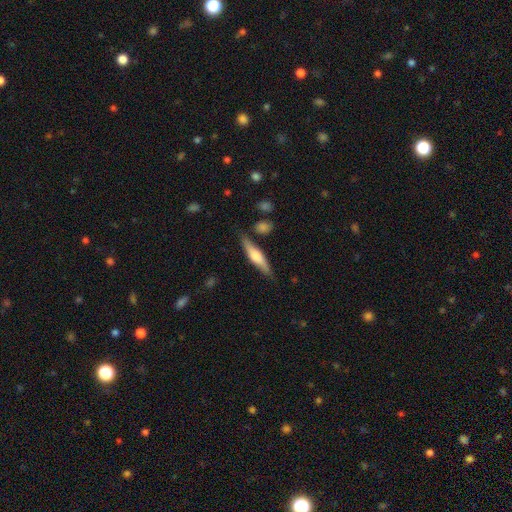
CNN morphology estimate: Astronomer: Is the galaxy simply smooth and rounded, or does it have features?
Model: featured or disk — 48% (runner-up: smooth, 46%).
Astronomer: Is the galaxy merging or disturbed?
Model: none — 81%.